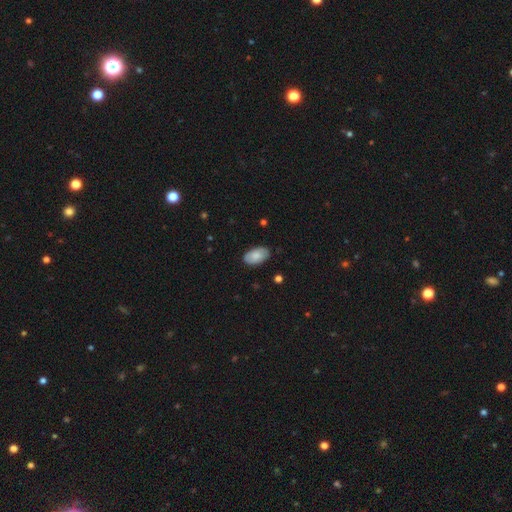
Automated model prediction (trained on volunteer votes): A smooth galaxy with no disk features (81%) that is in between round and cigar-shaped (95%). Merging: none (83%).